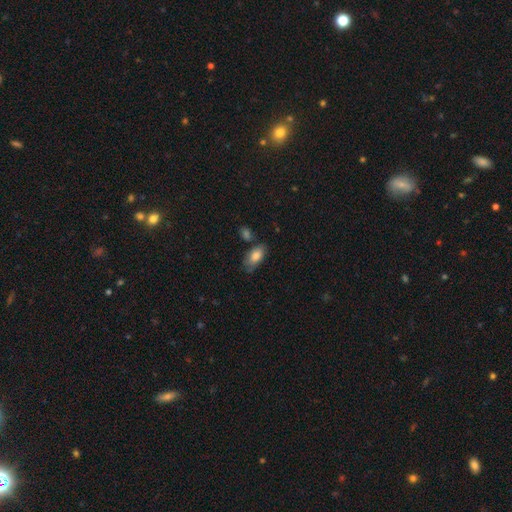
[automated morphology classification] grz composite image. It shows a smooth galaxy with no disk features (81%) that is in between round and cigar-shaped (92%). Merging: none (63%).